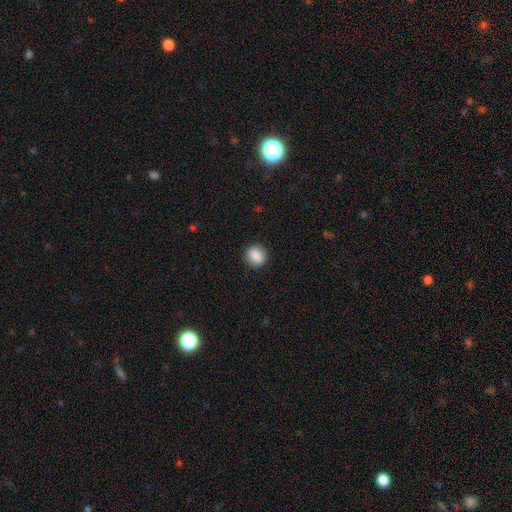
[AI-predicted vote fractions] smooth_or_featured: smooth (p=0.88) [alt: star or artifact p=0.08]
how_rounded: round (p=0.83) [alt: in between p=0.16]
merging: none (p=0.90) [alt: minor disturbance p=0.07]